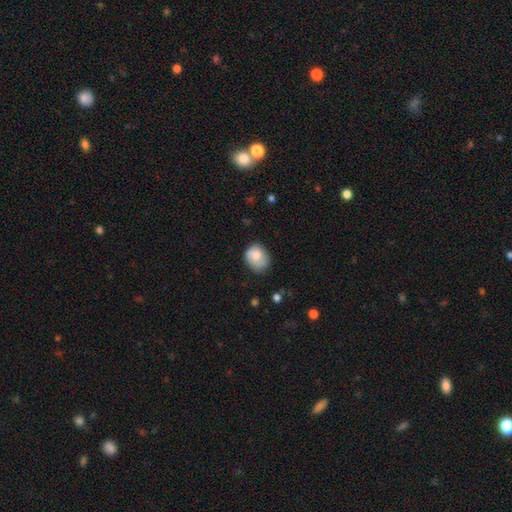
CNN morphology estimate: Smooth or featured: smooth — 75% (featured or disk — 18%)
How rounded: round — 57% (in between — 42%)
Merging: none — 63% (minor disturbance — 28%)